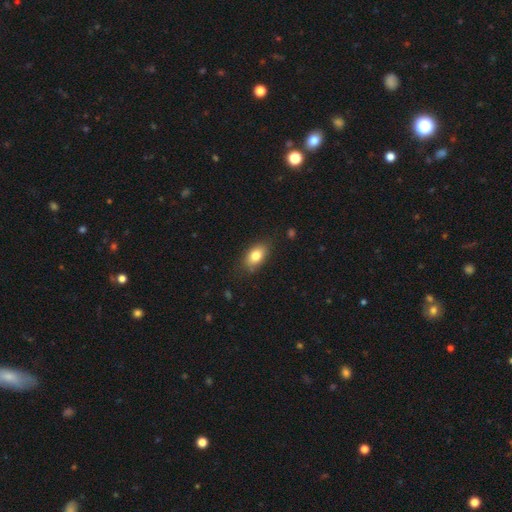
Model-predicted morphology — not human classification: type=smooth (81%); roundness=in between (87%); merging=none (81%).